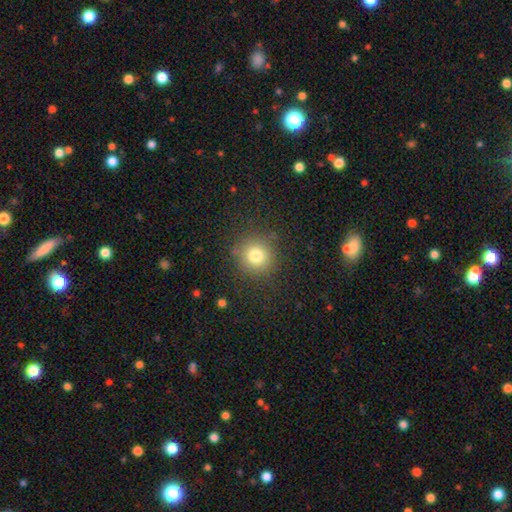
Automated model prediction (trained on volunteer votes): Smooth or featured?
  - smooth: 78% *
  - star or artifact: 14%
  - featured or disk: 8%
How rounded?
  - round: 92% *
  - in between: 7%
  - cigar-shaped: 1%
Merging?
  - none: 86% *
  - minor disturbance: 9%
  - major disturbance: 4%
  - merger: 1%